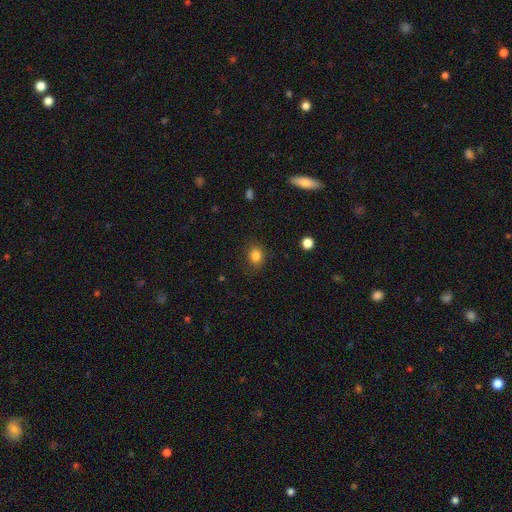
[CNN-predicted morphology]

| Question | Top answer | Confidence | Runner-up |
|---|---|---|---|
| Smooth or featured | smooth | 84% | star or artifact (11%) |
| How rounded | round | 63% | in between (36%) |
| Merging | none | 84% | minor disturbance (11%) |